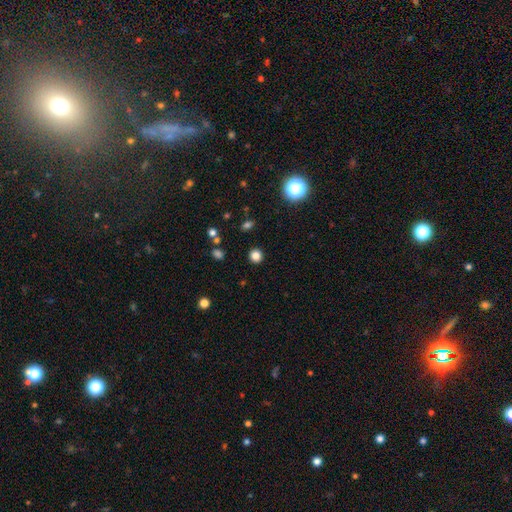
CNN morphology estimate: smooth-or-featured: smooth: 82% | star or artifact: 14% | featured or disk: 4%
  how-rounded: round: 90% | in between: 9% | cigar-shaped: 1%
  merging: none: 91% | minor disturbance: 5% | major disturbance: 2% | merger: 2%